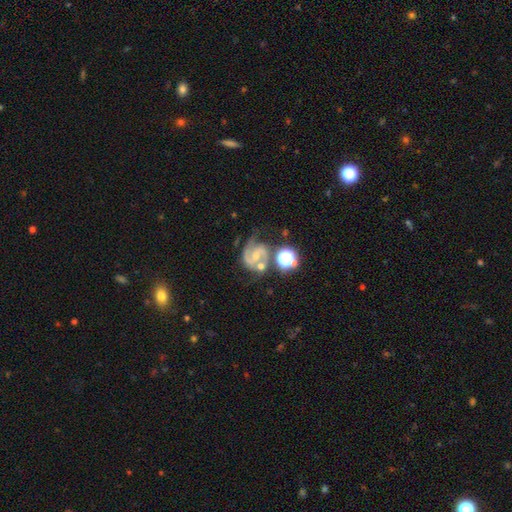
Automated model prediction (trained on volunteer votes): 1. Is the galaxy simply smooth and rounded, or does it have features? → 83% featured or disk, 10% star or artifact, 7% smooth.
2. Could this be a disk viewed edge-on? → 98% no, 2% yes.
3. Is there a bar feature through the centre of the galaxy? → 47% weak, 30% no, 24% strong.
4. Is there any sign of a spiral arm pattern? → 97% yes, 3% no.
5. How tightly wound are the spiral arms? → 61% medium, 23% tight, 16% loose.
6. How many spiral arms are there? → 90% 2, 3% can't tell, 3% 1, 3% 3, 1% 4, 1% more than 4.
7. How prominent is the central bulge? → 55% small, 36% moderate, 6% none, 2% large, 1% dominant.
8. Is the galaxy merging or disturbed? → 53% none, 20% minor disturbance, 17% merger, 11% major disturbance.